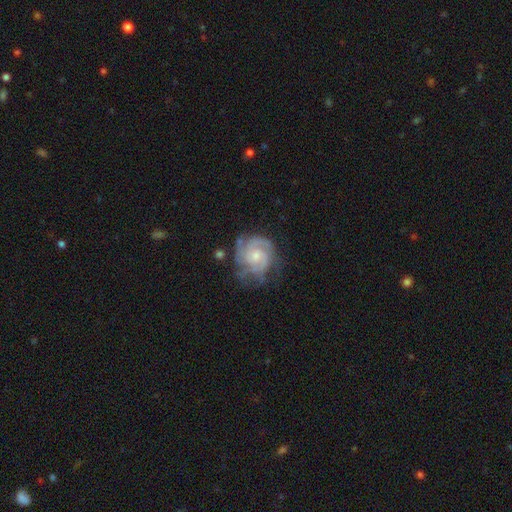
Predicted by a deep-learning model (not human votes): featured or disk 83%, smooth 12%, star or artifact 5%. Down the decision tree: edge-on disk — no (98%); bar — no (69%); spiral arms — yes (95%); spiral arm count — 2 (30%, tied with 3); spiral winding — tight (59%); bulge size — small (47%); merging — none (62%).